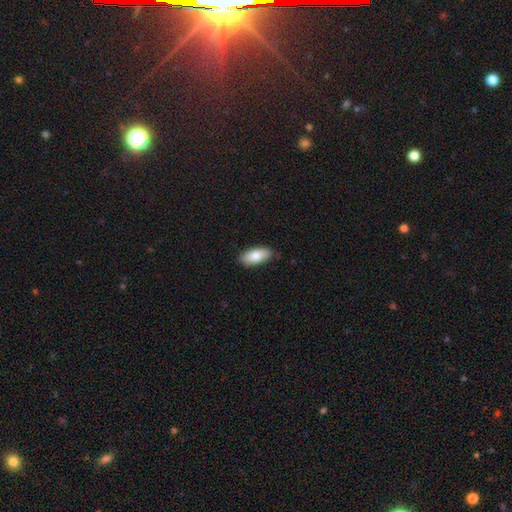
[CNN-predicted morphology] The model was most divided on "smooth or featured": smooth: 80%, featured or disk: 14%, star or artifact: 6%. More confident: how rounded — in between (87%); merging — none (85%).